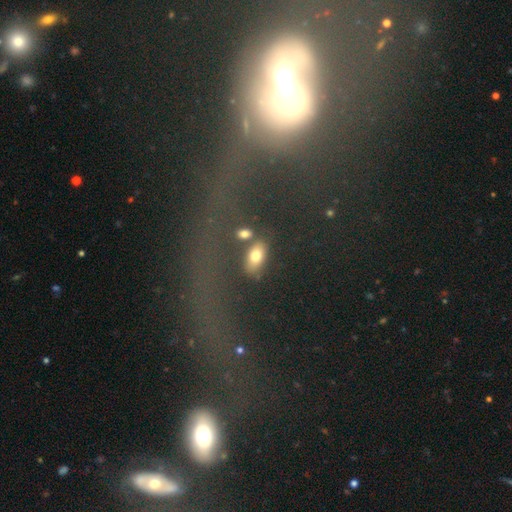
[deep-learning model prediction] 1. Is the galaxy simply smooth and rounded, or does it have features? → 75% smooth, 13% featured or disk, 12% star or artifact.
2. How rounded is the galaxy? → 87% in between, 8% round, 6% cigar-shaped.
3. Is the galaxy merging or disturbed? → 73% none, 12% minor disturbance, 10% merger, 5% major disturbance.